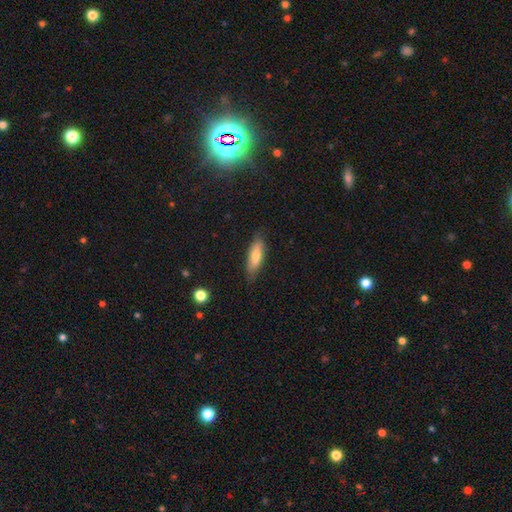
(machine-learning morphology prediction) Smooth or featured? Predicted: smooth (p=0.71). How rounded? Predicted: cigar-shaped (p=0.49, tied with in between). Merging? Predicted: none (p=0.80).